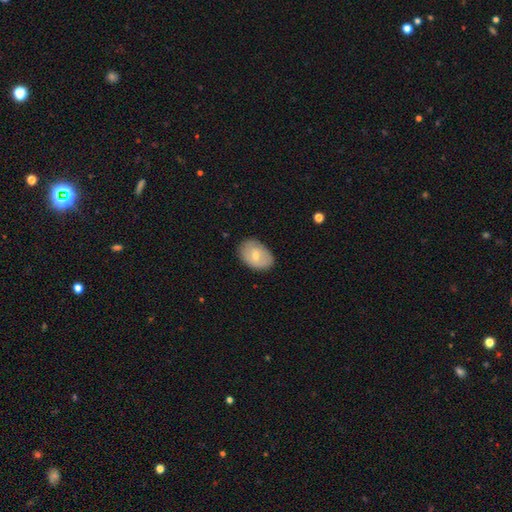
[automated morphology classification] smooth_or_featured: smooth (p=0.63) [alt: featured or disk p=0.31]
how_rounded: in between (p=0.83) [alt: round p=0.15]
merging: none (p=0.80) [alt: minor disturbance p=0.15]